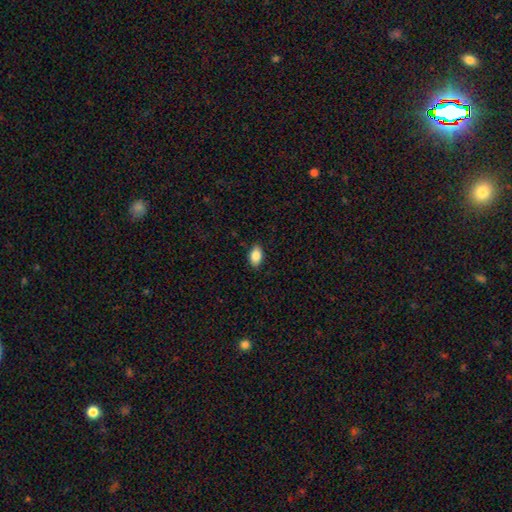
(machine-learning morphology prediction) This appears to be a smooth galaxy with no disk features (87%) that is in between round and cigar-shaped (91%). Merging: none (86%).